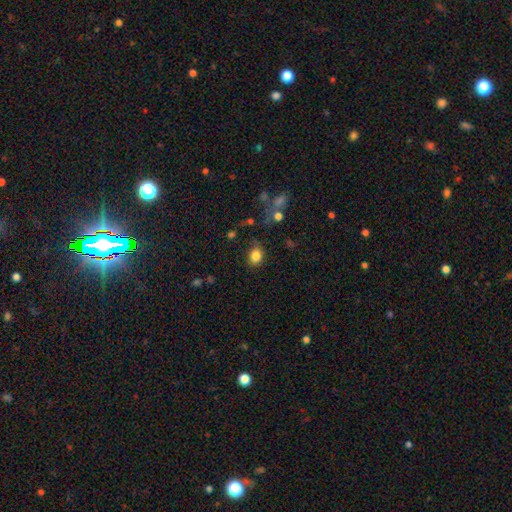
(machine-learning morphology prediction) This is clearly a smooth galaxy (84%). How rounded: possibly in between (55%). Merging: likely none (79%).